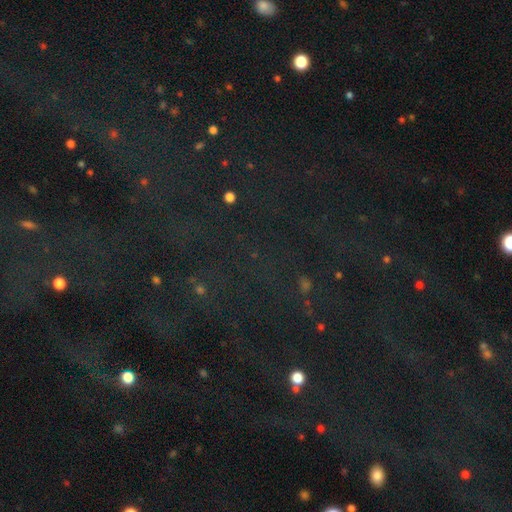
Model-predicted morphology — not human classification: Smooth or featured? star or artifact (80%)